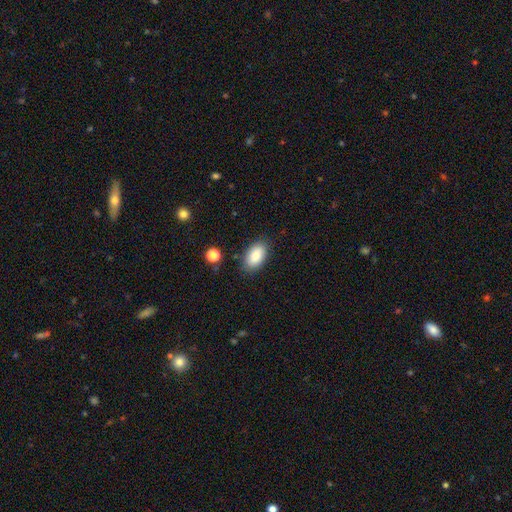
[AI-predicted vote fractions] This is clearly a smooth galaxy (85%). How rounded: clearly in between (93%). Merging: clearly none (84%).